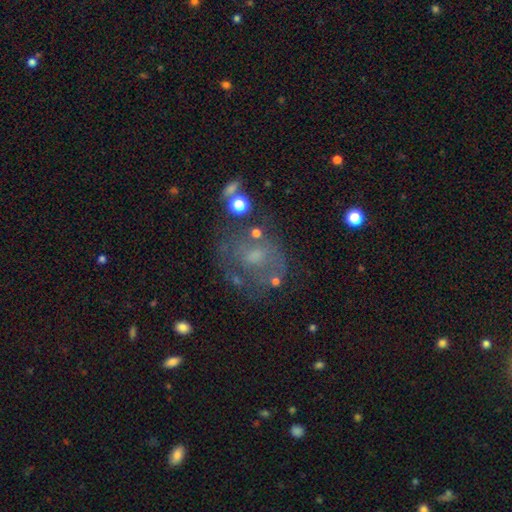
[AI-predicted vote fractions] A featured or disk galaxy (49%). Merging: none (58%).